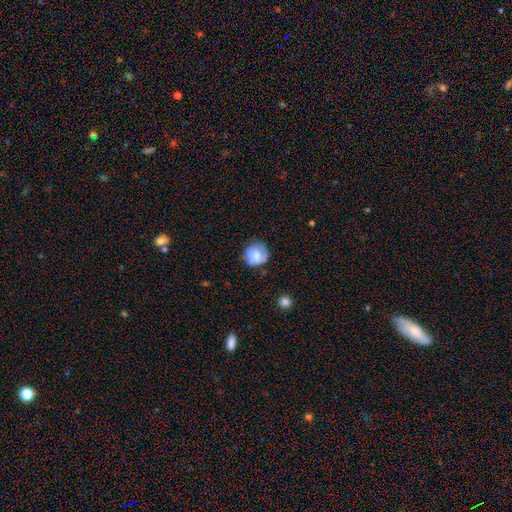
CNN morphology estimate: smooth-or-featured: smooth: 71% | featured or disk: 21% | star or artifact: 8%
  how-rounded: round: 88% | in between: 11% | cigar-shaped: 1%
  merging: none: 72% | minor disturbance: 20% | major disturbance: 6% | merger: 2%